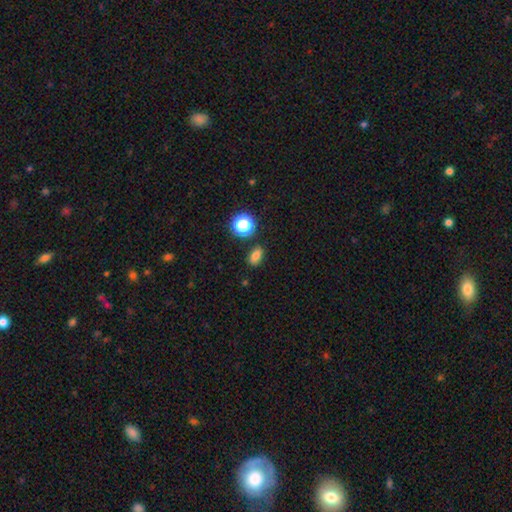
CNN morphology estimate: Smooth or featured? Predicted: smooth (p=0.78). How rounded? Predicted: in between (p=0.77). Merging? Predicted: none (p=0.84).